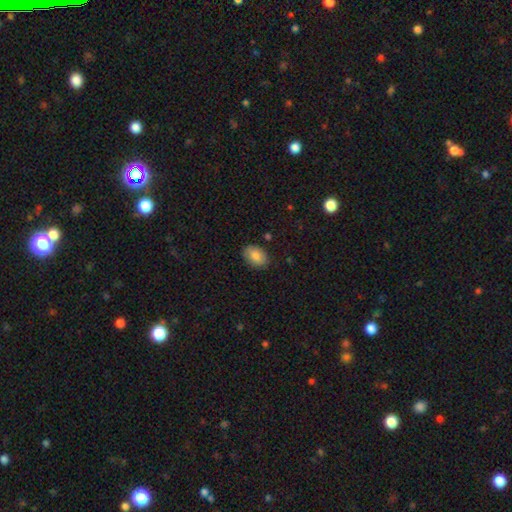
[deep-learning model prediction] smooth-or-featured: smooth: 84% | featured or disk: 9% | star or artifact: 7%
  how-rounded: in between: 84% | round: 14% | cigar-shaped: 1%
  merging: none: 86% | minor disturbance: 10% | major disturbance: 2% | merger: 1%